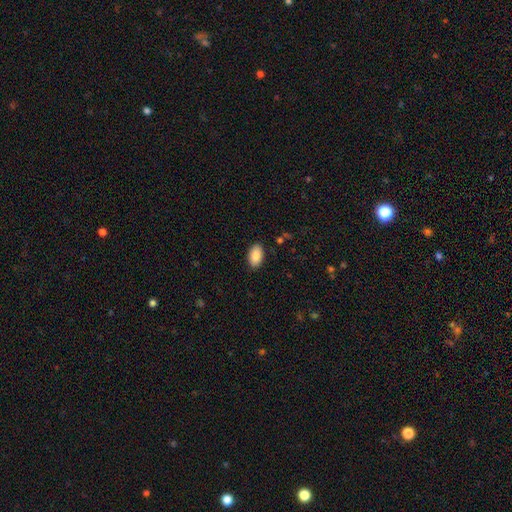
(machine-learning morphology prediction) type=smooth (88%); roundness=in between (94%); merging=none (88%).